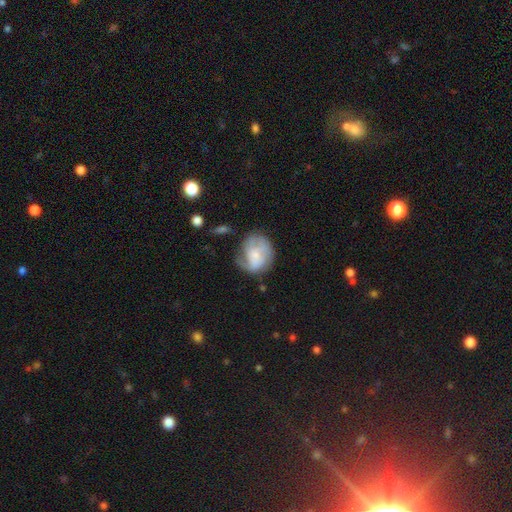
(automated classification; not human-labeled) Smooth or featured?
  - featured or disk: 52% *
  - smooth: 40%
  - star or artifact: 7%
Edge-on disk?
  - no: 98% *
  - yes: 2%
Bar?
  - no: 68% *
  - weak: 27%
  - strong: 6%
Spiral arms?
  - yes: 72% *
  - no: 28%
Bulge size?
  - small: 46% *
  - moderate: 29%
  - none: 16%
  - large: 7%
  - dominant: 2%
Merging?
  - none: 46% *
  - minor disturbance: 28%
  - major disturbance: 21%
  - merger: 5%